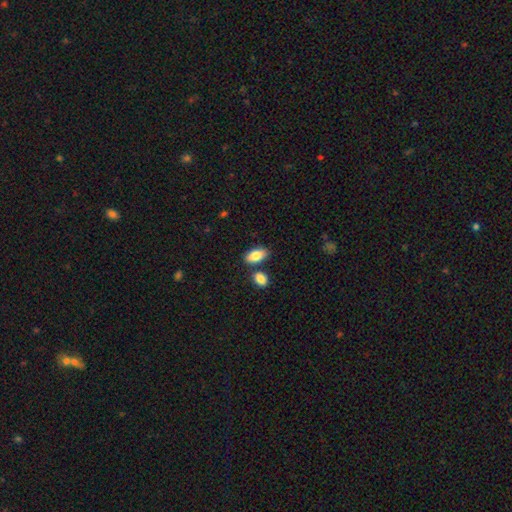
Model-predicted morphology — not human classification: This is clearly a smooth galaxy (84%). How rounded: clearly in between (92%). Merging: likely none (73%).